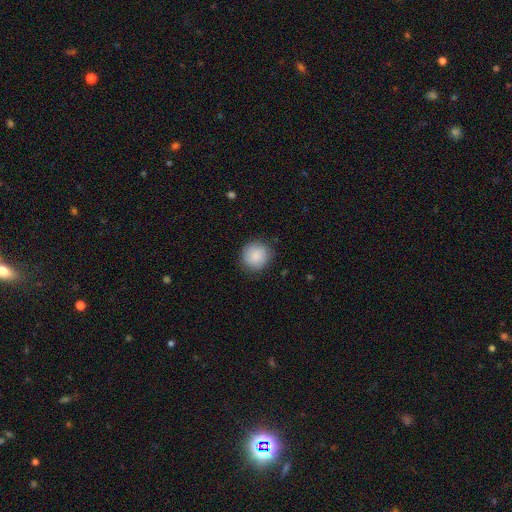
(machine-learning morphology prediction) This is clearly a smooth galaxy (87%). How rounded: clearly round (91%). Merging: clearly none (86%).